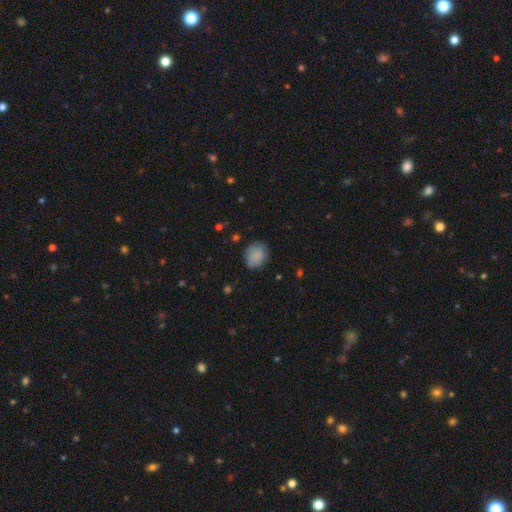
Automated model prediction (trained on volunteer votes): smooth_or_featured: smooth (p=0.86) [alt: star or artifact p=0.08]
how_rounded: round (p=0.59) [alt: in between p=0.40]
merging: none (p=0.79) [alt: minor disturbance p=0.16]